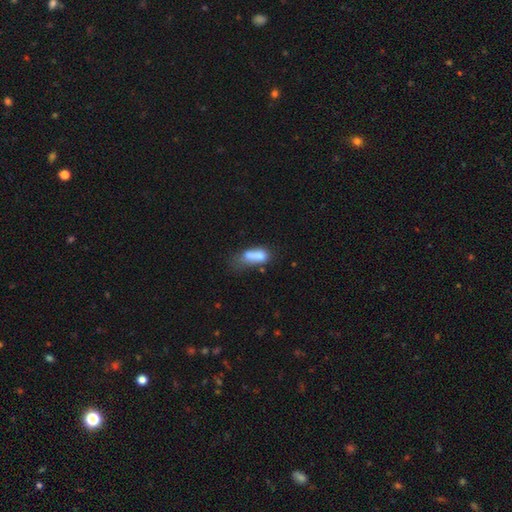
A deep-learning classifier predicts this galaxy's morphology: A smooth galaxy with no disk features (66%) that is in between round and cigar-shaped (72%).

Vote fractions:
- Smooth or featured? smooth: 66% / featured or disk: 24% / star or artifact: 11%
- How rounded? in between: 72% / cigar-shaped: 18% / round: 9%
- Merging? merger: 44% / major disturbance: 20% / none: 19% / minor disturbance: 17%